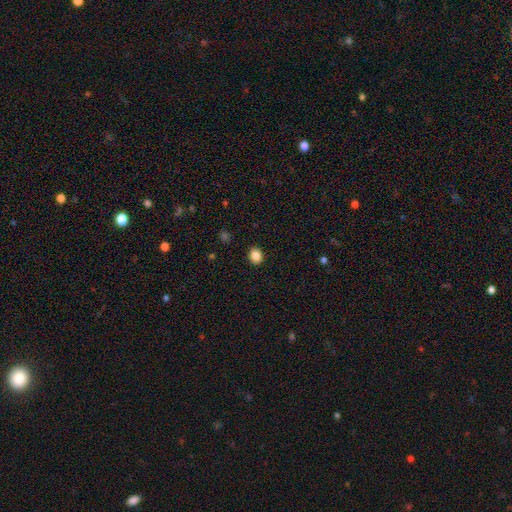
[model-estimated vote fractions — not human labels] A smooth galaxy with no disk features (86%) that is round (61%). Merging: none (91%).